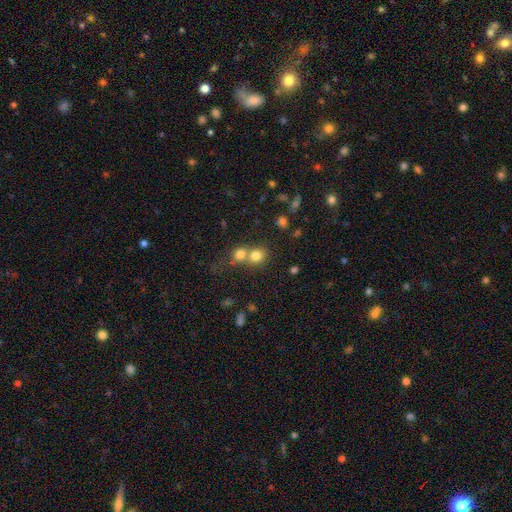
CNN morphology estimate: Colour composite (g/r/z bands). It shows a smooth galaxy with no disk features (76%) that is round (81%). Merging: merger (51%).